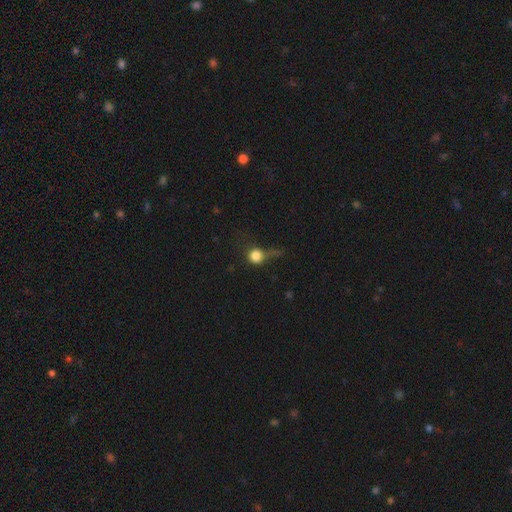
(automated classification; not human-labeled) Smooth or featured?
  - smooth: 78% *
  - star or artifact: 12%
  - featured or disk: 9%
How rounded?
  - round: 88% *
  - in between: 11%
  - cigar-shaped: 2%
Merging?
  - none: 41% *
  - major disturbance: 27%
  - minor disturbance: 26%
  - merger: 7%